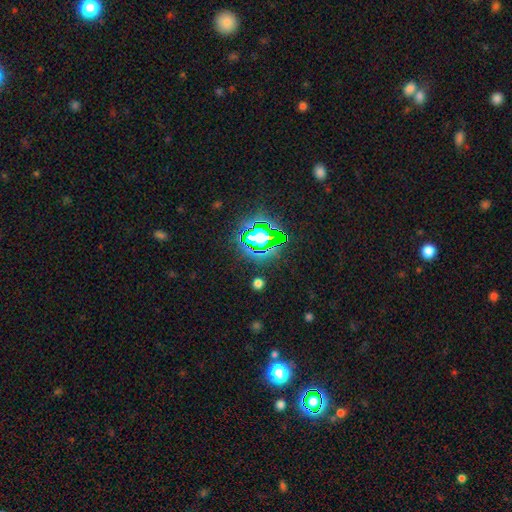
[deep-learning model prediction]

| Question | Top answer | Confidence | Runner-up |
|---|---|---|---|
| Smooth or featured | star or artifact | 80% | smooth (12%) |